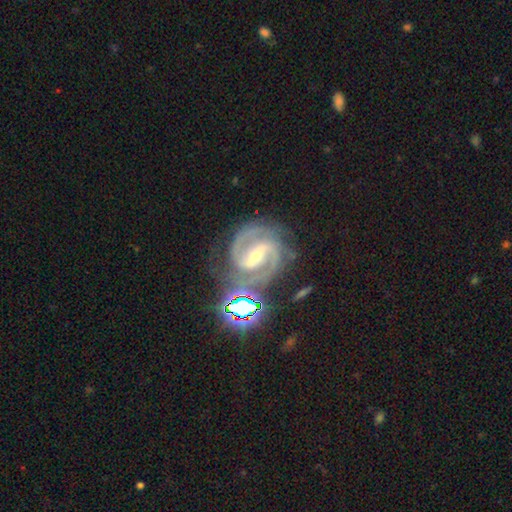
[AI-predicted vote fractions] featured or disk 90%, star or artifact 7%, smooth 3%. Down the decision tree: edge-on disk — no (97%); bar — strong (61%); spiral arms — yes (98%); spiral arm count — 2 (85%); spiral winding — medium (54%); bulge size — small (59%); merging — none (71%).